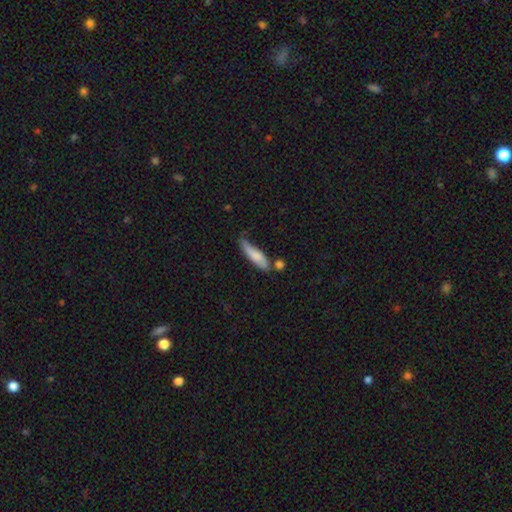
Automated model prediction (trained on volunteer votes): A smooth galaxy with no disk features (72%) that is cigar-shaped (70%).

Vote fractions:
- Smooth or featured? smooth: 72% / featured or disk: 22% / star or artifact: 6%
- How rounded? cigar-shaped: 70% / in between: 28% / round: 2%
- Merging? none: 49% / minor disturbance: 30% / merger: 12% / major disturbance: 9%